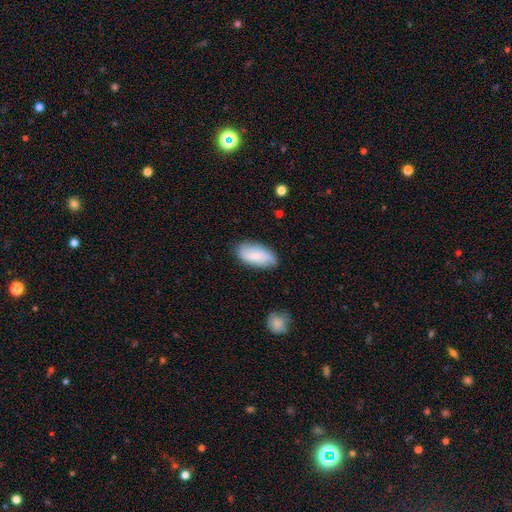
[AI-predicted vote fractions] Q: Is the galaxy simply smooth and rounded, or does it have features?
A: smooth — 70%.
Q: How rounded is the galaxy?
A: in between — 92%.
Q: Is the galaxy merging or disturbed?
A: none — 78%.